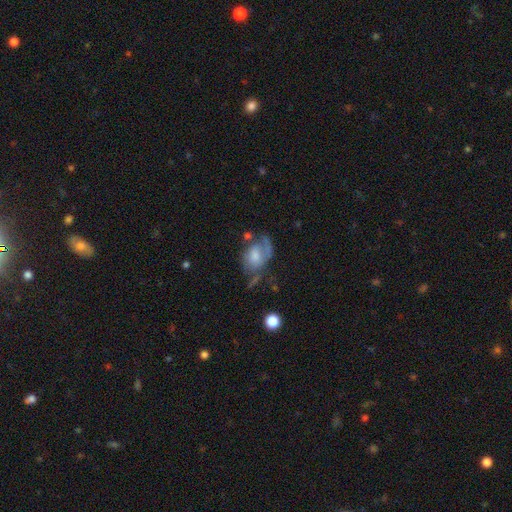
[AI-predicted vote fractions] smooth-or-featured: smooth: 47% | featured or disk: 45% | star or artifact: 9%
  merging: major disturbance: 34% | none: 31% | minor disturbance: 25% | merger: 10%